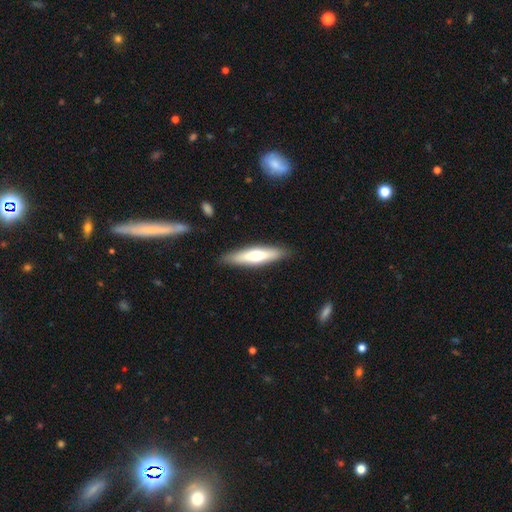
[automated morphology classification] Q: Smooth or featured?
A: smooth (55%); runner-up: featured or disk (40%)
Q: How rounded?
A: cigar-shaped (75%); runner-up: in between (24%)
Q: Merging?
A: none (88%); runner-up: minor disturbance (9%)